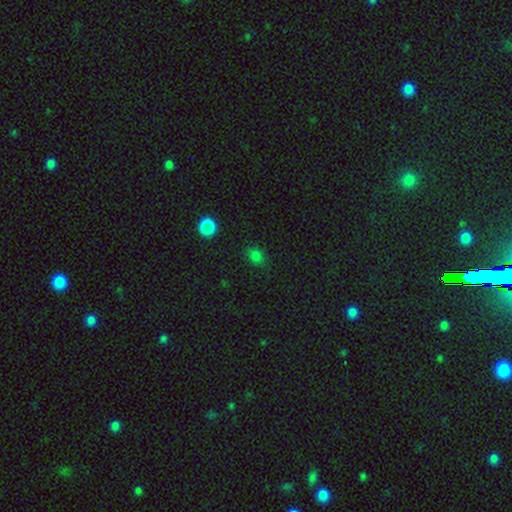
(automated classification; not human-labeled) Morphology: type=smooth (78%); roundness=round (52%); merging=none (78%).